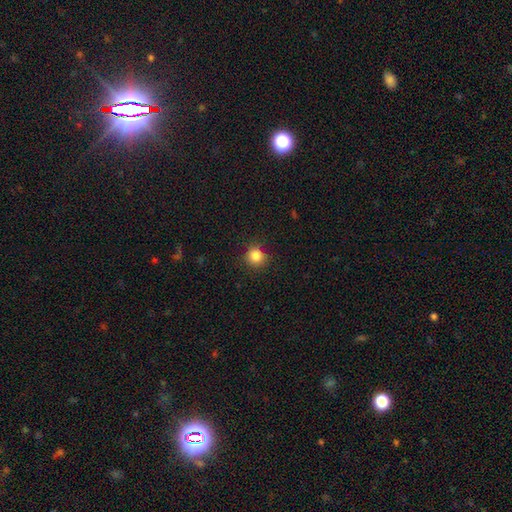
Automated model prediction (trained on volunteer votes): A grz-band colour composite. It shows a smooth galaxy with no disk features (84%) that is round (92%). Merging: none (87%).